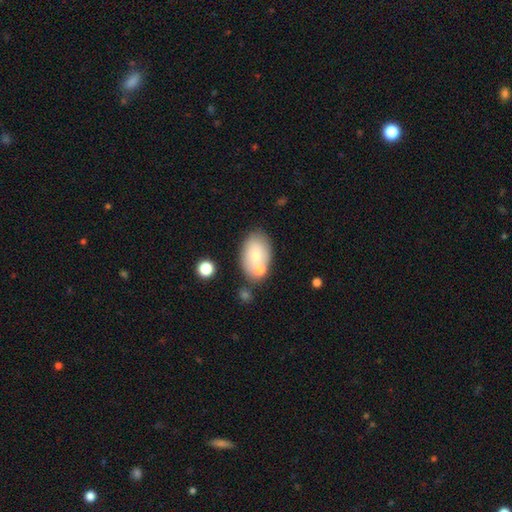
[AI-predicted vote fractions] Smooth or featured?
  - smooth: 69% *
  - featured or disk: 23%
  - star or artifact: 8%
How rounded?
  - in between: 90% *
  - round: 9%
  - cigar-shaped: 1%
Merging?
  - none: 57% *
  - merger: 20%
  - minor disturbance: 17%
  - major disturbance: 5%